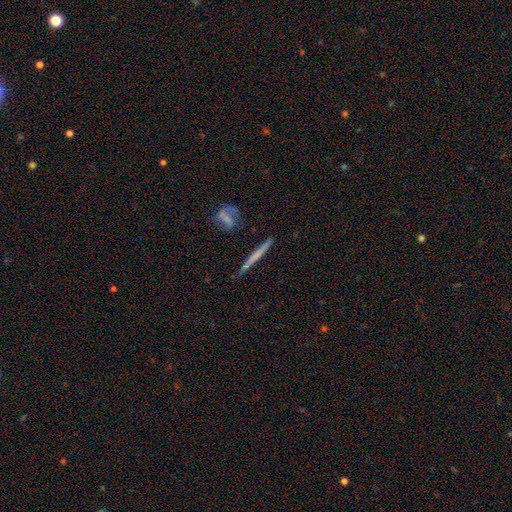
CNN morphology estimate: Smooth or featured? featured or disk (54%)
Edge-on disk? yes (93%)
Edge-on bulge? none (82%)
Merging? none (85%)